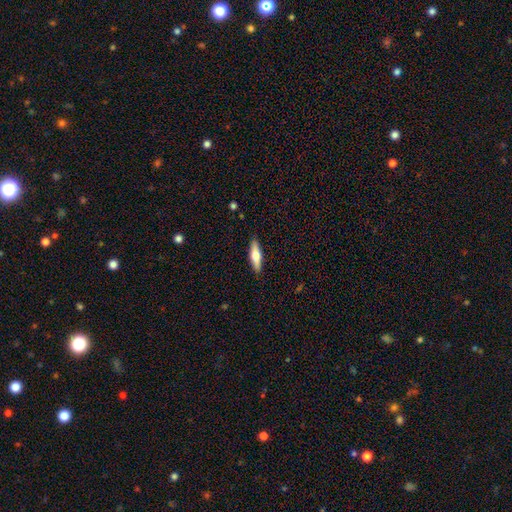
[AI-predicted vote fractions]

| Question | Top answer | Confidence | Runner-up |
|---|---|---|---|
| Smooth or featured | smooth | 57% | featured or disk (37%) |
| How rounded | cigar-shaped | 63% | in between (35%) |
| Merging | none | 89% | minor disturbance (8%) |